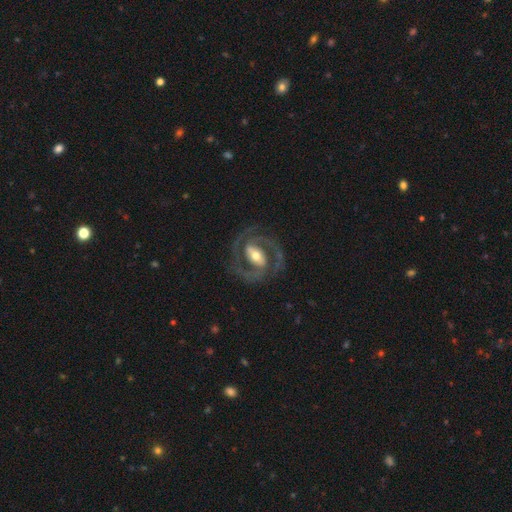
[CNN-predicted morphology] The model was most divided on "spiral winding": medium: 51%, tight: 38%, loose: 10%. Remaining: edge-on disk — no (97%); spiral arms — yes (94%); smooth or featured — featured or disk (89%); spiral arm count — 2 (88%); merging — none (79%); bulge size — moderate (65%); bar — strong (48%).